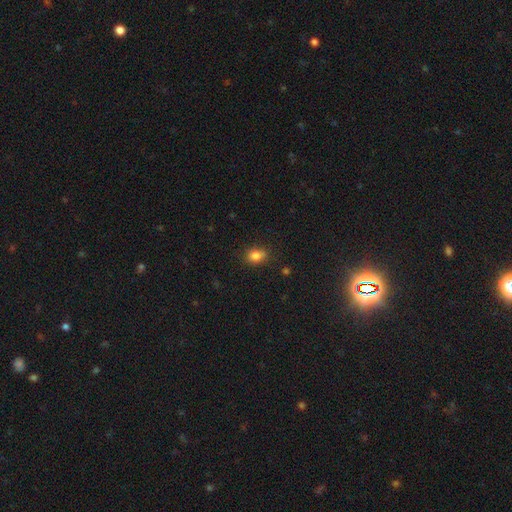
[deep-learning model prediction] This is clearly a smooth galaxy (83%). How rounded: possibly in between (59%). Merging: likely none (73%).